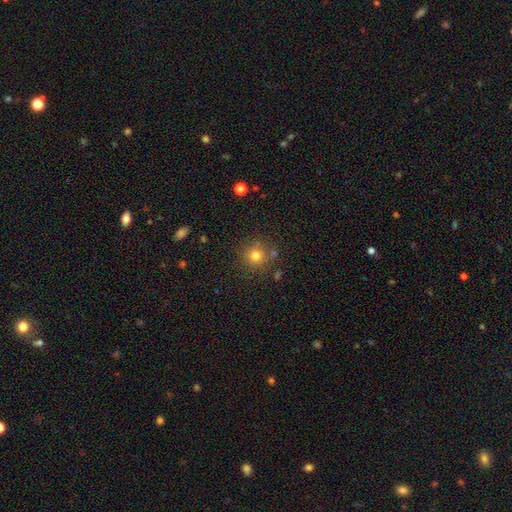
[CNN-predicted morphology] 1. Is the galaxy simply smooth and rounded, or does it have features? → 77% smooth, 15% star or artifact, 8% featured or disk.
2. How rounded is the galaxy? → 94% round, 5% in between, 1% cigar-shaped.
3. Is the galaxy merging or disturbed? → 82% none, 9% minor disturbance, 5% merger, 3% major disturbance.